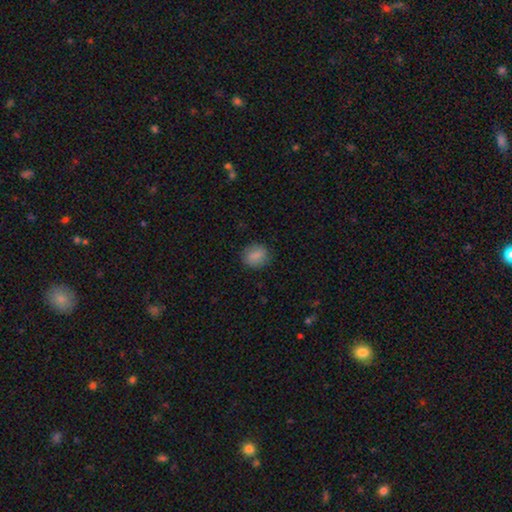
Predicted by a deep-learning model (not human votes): Smooth or featured?
  - smooth: 85% *
  - featured or disk: 8%
  - star or artifact: 8%
How rounded?
  - round: 64% *
  - in between: 35%
  - cigar-shaped: 1%
Merging?
  - none: 85% *
  - minor disturbance: 11%
  - major disturbance: 3%
  - merger: 1%